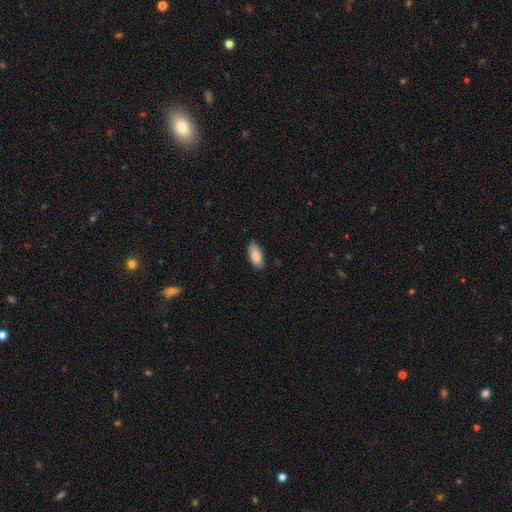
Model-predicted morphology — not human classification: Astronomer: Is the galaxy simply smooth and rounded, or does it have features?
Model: smooth — 88%.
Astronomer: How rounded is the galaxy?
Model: in between — 89%.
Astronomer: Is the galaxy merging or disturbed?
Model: none — 85%.